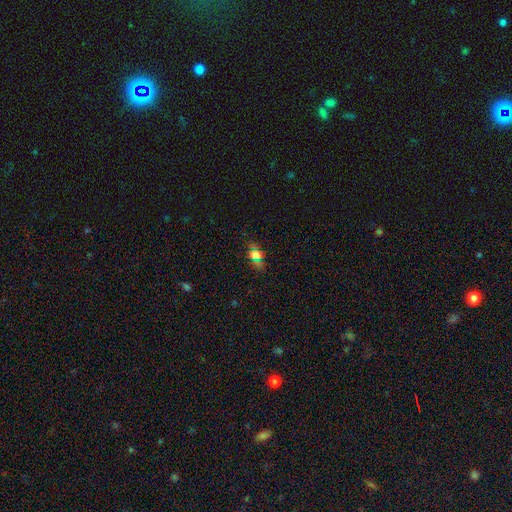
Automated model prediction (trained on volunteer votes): smooth_or_featured: smooth (p=0.59) [alt: star or artifact p=0.29]
how_rounded: in between (p=0.71) [alt: round p=0.22]
merging: none (p=0.84) [alt: minor disturbance p=0.11]